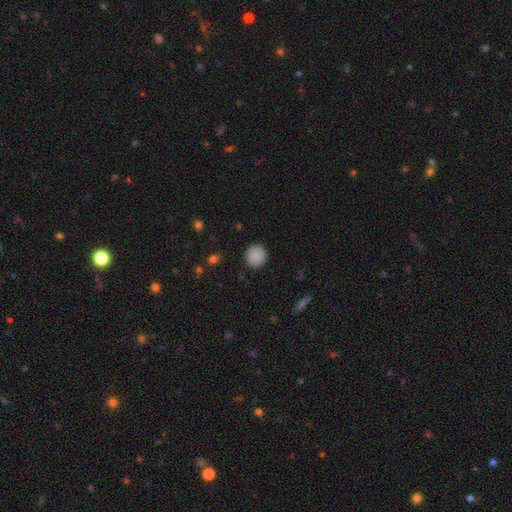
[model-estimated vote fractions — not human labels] Q: Smooth or featured?
A: smooth (89%); runner-up: star or artifact (8%)
Q: How rounded?
A: round (93%); runner-up: in between (6%)
Q: Merging?
A: none (91%); runner-up: minor disturbance (6%)